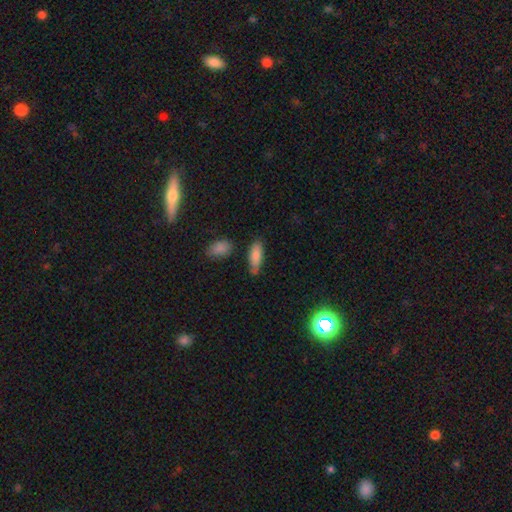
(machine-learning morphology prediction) A smooth galaxy with no disk features (85%) that is in between round and cigar-shaped (64%). Merging: none (67%).